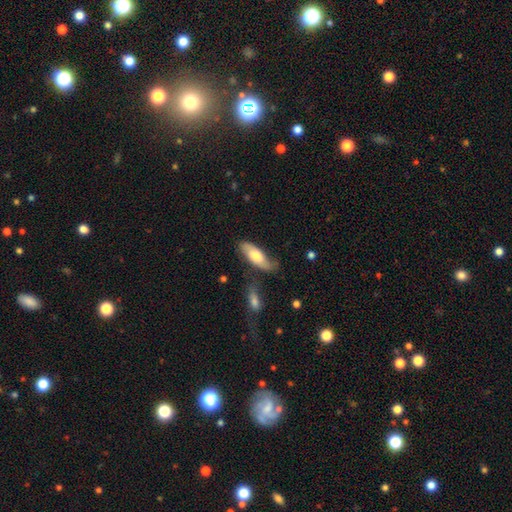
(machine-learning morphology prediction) This appears to be a smooth galaxy with no disk features (63%) that is in between round and cigar-shaped (70%). Merging: none (62%).